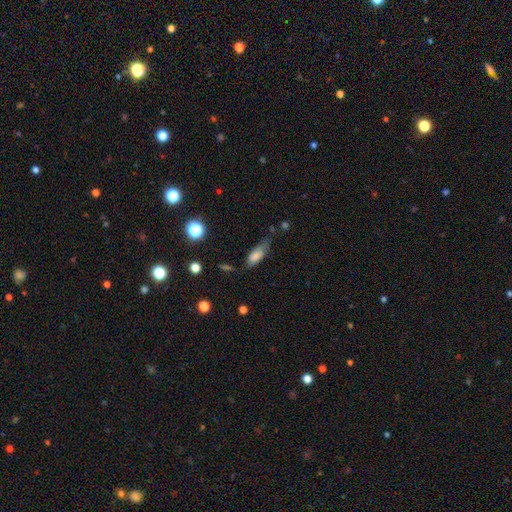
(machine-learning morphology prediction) Smooth or featured?
  - smooth: 76% *
  - featured or disk: 15%
  - star or artifact: 9%
How rounded?
  - in between: 73% *
  - cigar-shaped: 24%
  - round: 3%
Merging?
  - none: 47% *
  - minor disturbance: 36%
  - major disturbance: 13%
  - merger: 3%